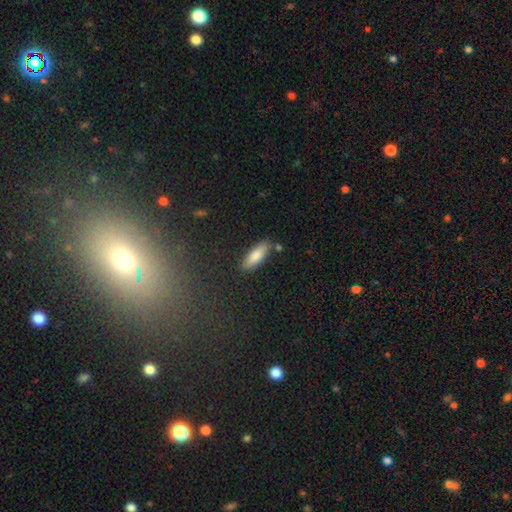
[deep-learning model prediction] Smooth or featured? smooth (83%)
How rounded? in between (53%)
Merging? none (82%)